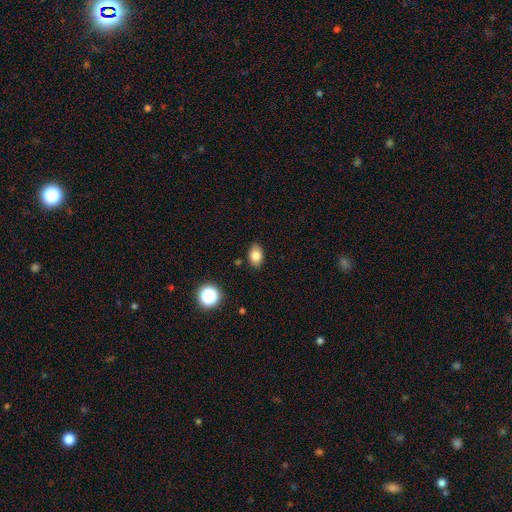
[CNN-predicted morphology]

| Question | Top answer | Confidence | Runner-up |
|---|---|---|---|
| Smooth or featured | smooth | 82% | star or artifact (10%) |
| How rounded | in between | 82% | round (16%) |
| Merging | none | 86% | minor disturbance (10%) |